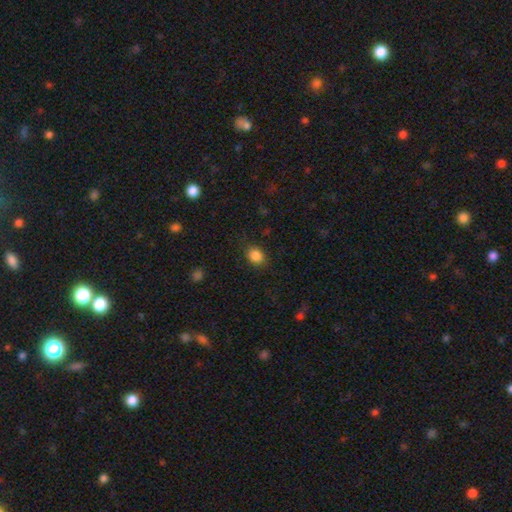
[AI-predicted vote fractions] Morphology: type=smooth (86%); roundness=in between (50%); merging=none (84%).